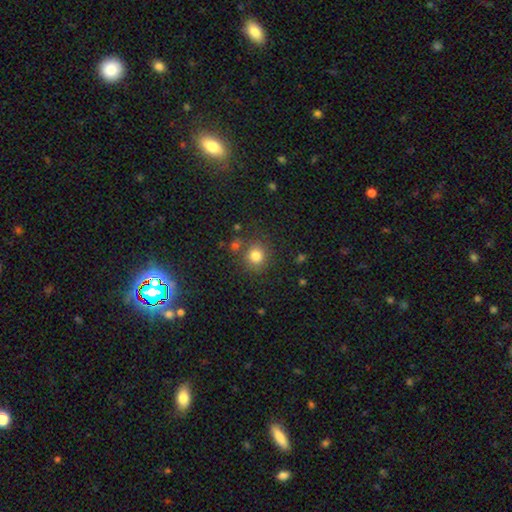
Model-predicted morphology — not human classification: Smooth or featured: smooth — 80% (star or artifact — 13%)
How rounded: round — 89% (in between — 10%)
Merging: none — 80% (minor disturbance — 10%)